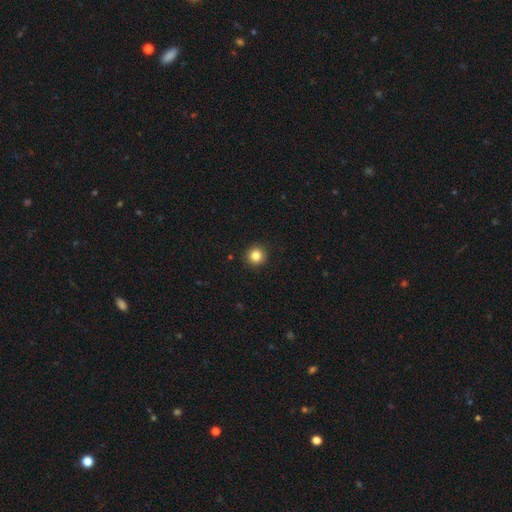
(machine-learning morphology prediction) Smooth or featured?
  - smooth: 83% *
  - star or artifact: 11%
  - featured or disk: 6%
How rounded?
  - round: 95% *
  - in between: 4%
  - cigar-shaped: 1%
Merging?
  - none: 93% *
  - minor disturbance: 5%
  - major disturbance: 2%
  - merger: 1%